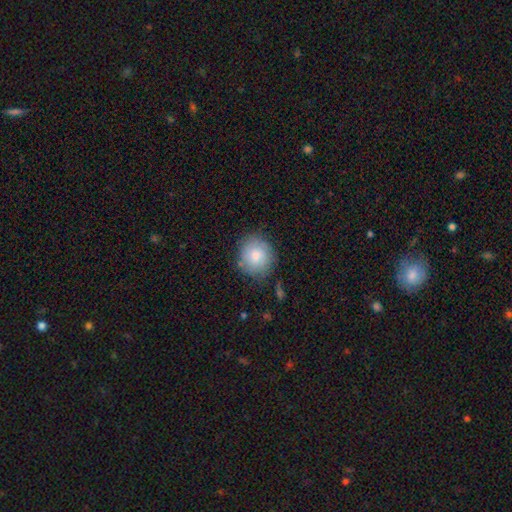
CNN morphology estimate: Smooth or featured?
  - smooth: 77% *
  - featured or disk: 15%
  - star or artifact: 7%
How rounded?
  - round: 83% *
  - in between: 16%
  - cigar-shaped: 1%
Merging?
  - none: 77% *
  - minor disturbance: 16%
  - major disturbance: 4%
  - merger: 2%